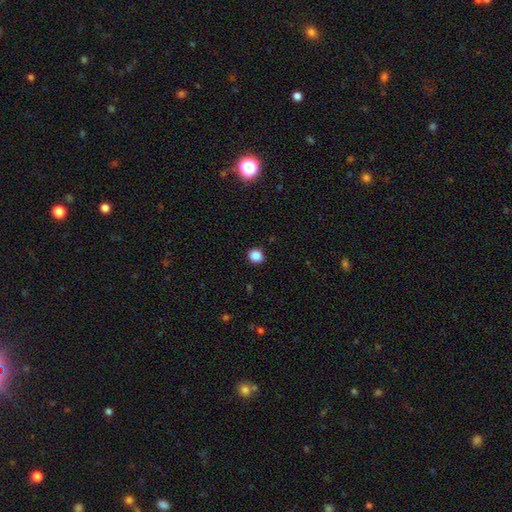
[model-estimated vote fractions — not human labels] Morphology: type=smooth (87%); roundness=round (84%); merging=none (92%).